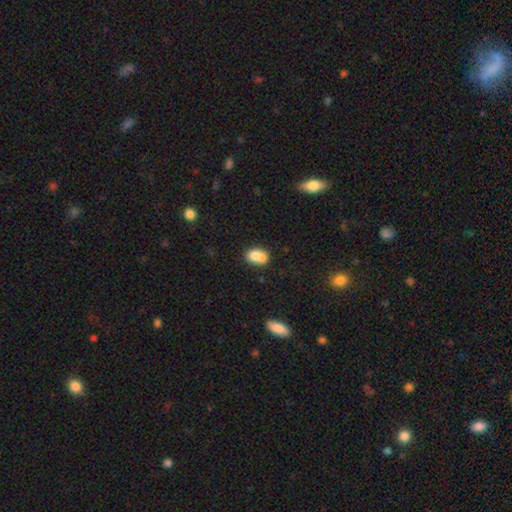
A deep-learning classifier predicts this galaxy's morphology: smooth_or_featured: smooth (p=0.77) [alt: featured or disk p=0.14]
how_rounded: in between (p=0.76) [alt: round p=0.23]
merging: none (p=0.40) [alt: merger p=0.38]